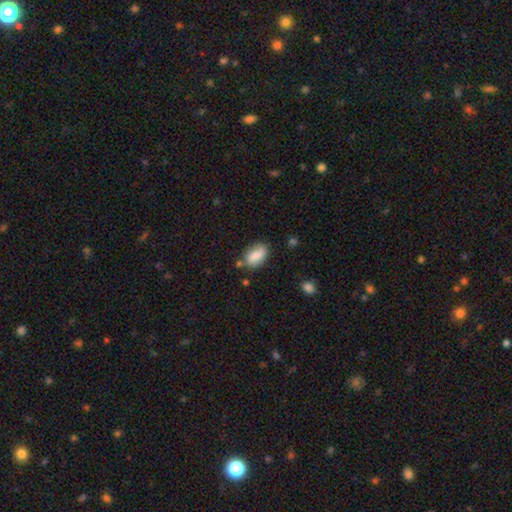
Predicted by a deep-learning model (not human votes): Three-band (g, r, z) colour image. It shows a smooth galaxy with no disk features (80%) that is in between round and cigar-shaped (89%). Merging: none (70%).